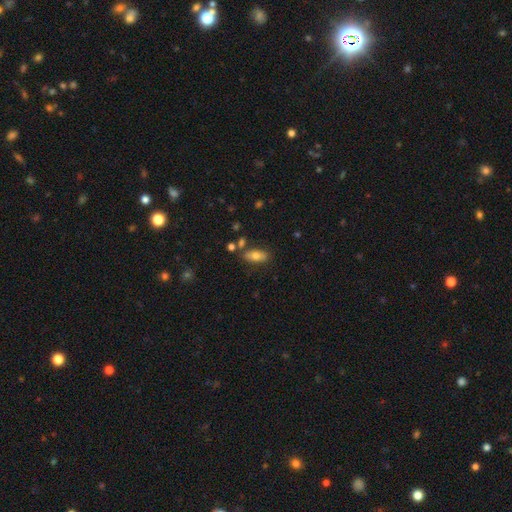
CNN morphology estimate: smooth 73%, featured or disk 19%, star or artifact 8%. Down the decision tree: how rounded — in between (84%); merging — none (74%).